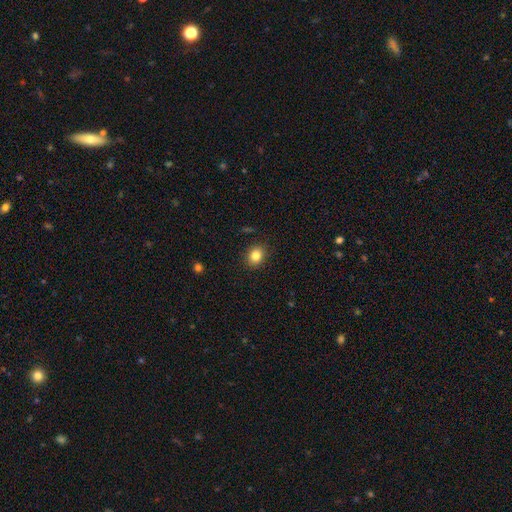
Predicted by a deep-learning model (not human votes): Smooth or featured: smooth — 83% (star or artifact — 11%)
How rounded: round — 63% (in between — 36%)
Merging: none — 89% (minor disturbance — 8%)